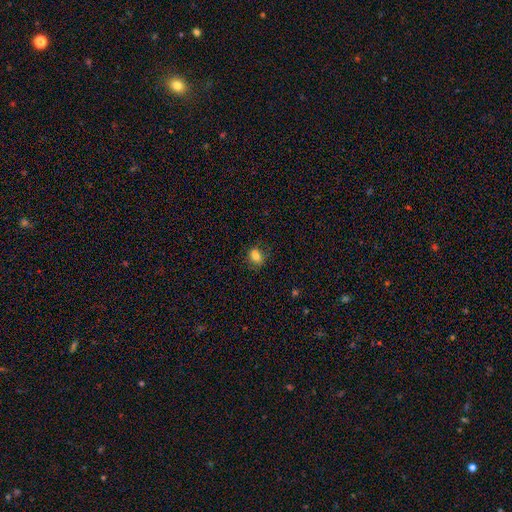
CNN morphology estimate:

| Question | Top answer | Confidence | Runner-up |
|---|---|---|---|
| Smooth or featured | smooth | 80% | star or artifact (11%) |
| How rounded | in between | 62% | round (37%) |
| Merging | none | 76% | minor disturbance (17%) |